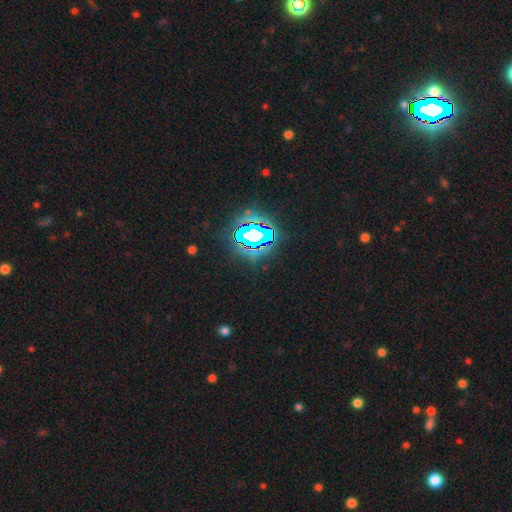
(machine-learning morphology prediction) smooth-or-featured: star or artifact: 85% | smooth: 9% | featured or disk: 6%